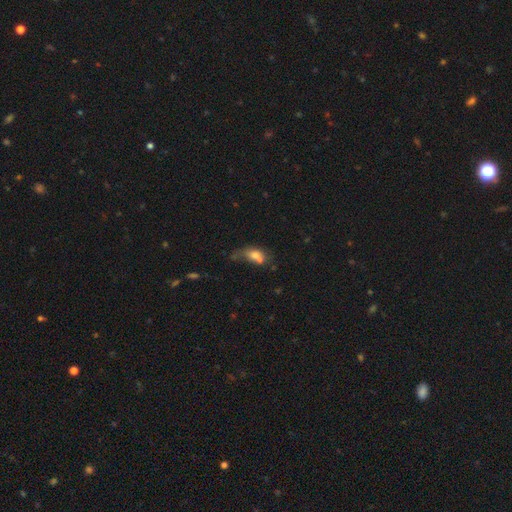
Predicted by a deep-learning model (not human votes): A smooth galaxy with no disk features (67%) that is in between round and cigar-shaped (76%). Merging: merger (37%).